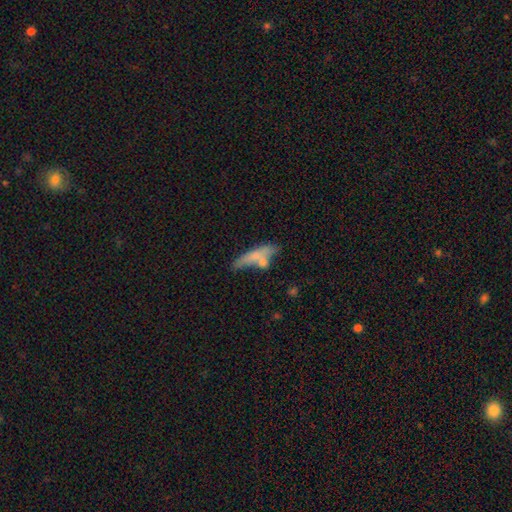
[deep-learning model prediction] Smooth or featured? Predicted: smooth (p=0.61). How rounded? Predicted: cigar-shaped (p=0.69). Merging? Predicted: none (p=0.43).